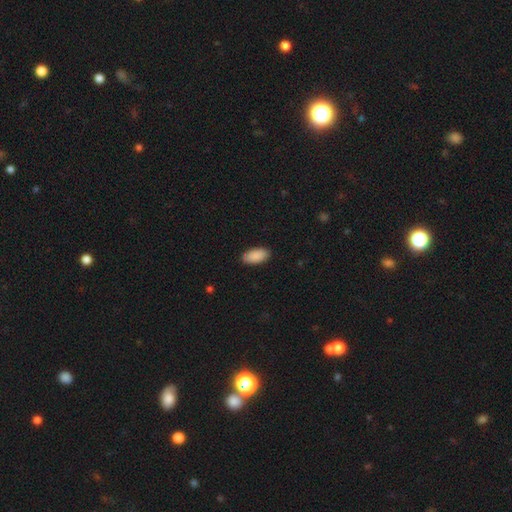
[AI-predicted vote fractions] A smooth galaxy with no disk features (90%) that is in between round and cigar-shaped (94%).

Vote fractions:
- Smooth or featured? smooth: 90% / star or artifact: 6% / featured or disk: 4%
- How rounded? in between: 94% / cigar-shaped: 4% / round: 2%
- Merging? none: 87% / minor disturbance: 10% / major disturbance: 2% / merger: 1%